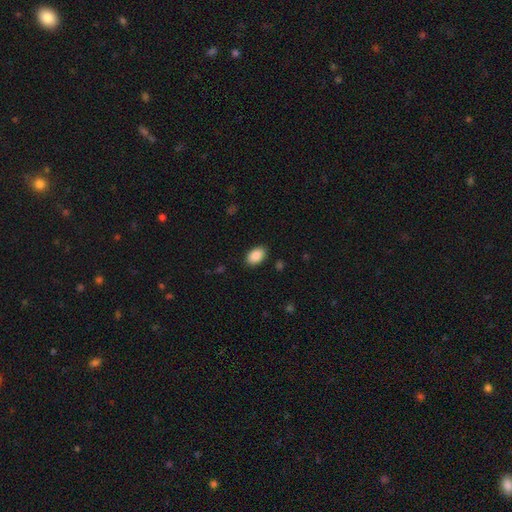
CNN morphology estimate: Smooth or featured: smooth — 89% (star or artifact — 7%)
How rounded: in between — 90% (round — 9%)
Merging: none — 88% (minor disturbance — 9%)